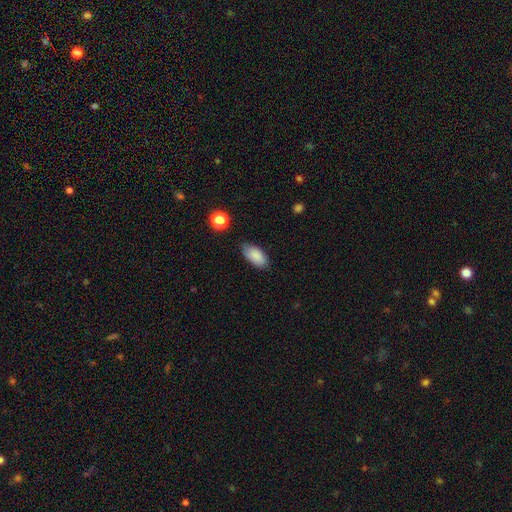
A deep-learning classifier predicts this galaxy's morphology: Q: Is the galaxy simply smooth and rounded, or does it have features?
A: smooth — 87%.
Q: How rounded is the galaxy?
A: in between — 93%.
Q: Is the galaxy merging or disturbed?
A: none — 77%.